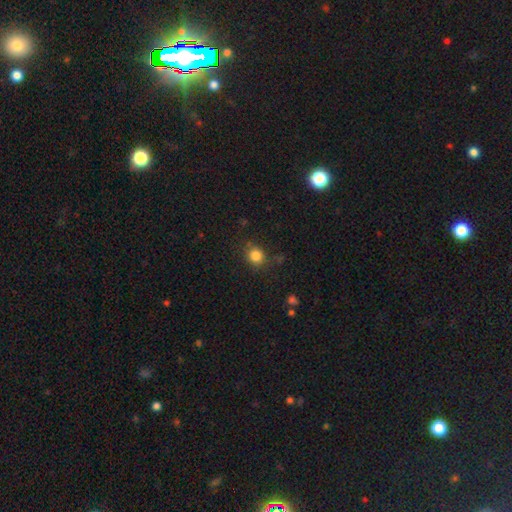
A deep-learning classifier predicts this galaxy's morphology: A smooth galaxy with no disk features (83%) that is round (82%).

Vote fractions:
- Smooth or featured? smooth: 83% / star or artifact: 12% / featured or disk: 5%
- How rounded? round: 82% / in between: 17% / cigar-shaped: 1%
- Merging? none: 80% / minor disturbance: 13% / major disturbance: 4% / merger: 2%